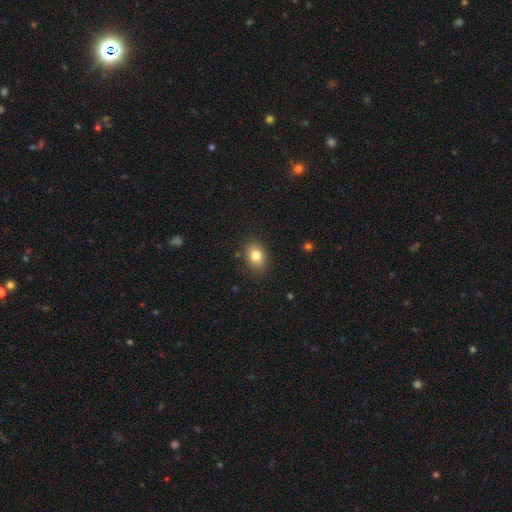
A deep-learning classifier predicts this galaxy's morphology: Smooth or featured: smooth — 81% (star or artifact — 10%)
How rounded: in between — 60% (round — 39%)
Merging: none — 85% (minor disturbance — 11%)